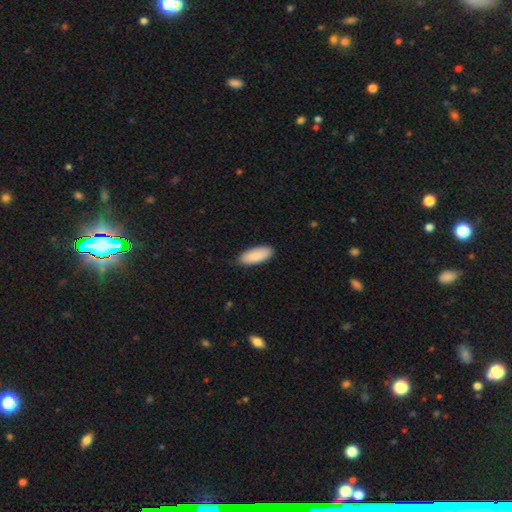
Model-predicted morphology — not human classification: Smooth or featured? smooth (90%)
How rounded? in between (82%)
Merging? none (85%)